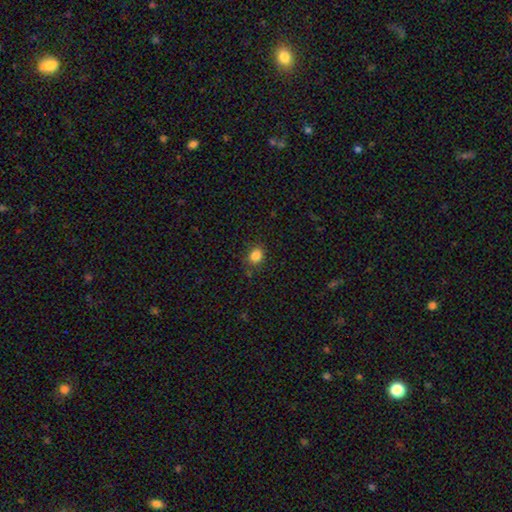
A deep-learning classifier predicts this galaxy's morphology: type=smooth (85%); roundness=round (62%); merging=none (83%).